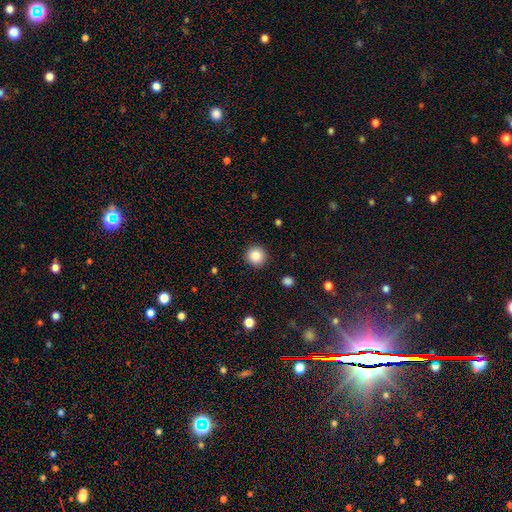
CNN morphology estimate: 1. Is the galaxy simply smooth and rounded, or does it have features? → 86% smooth, 10% star or artifact, 4% featured or disk.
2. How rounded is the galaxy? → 94% round, 5% in between, 1% cigar-shaped.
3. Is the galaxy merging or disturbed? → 91% none, 6% minor disturbance, 2% major disturbance, 1% merger.